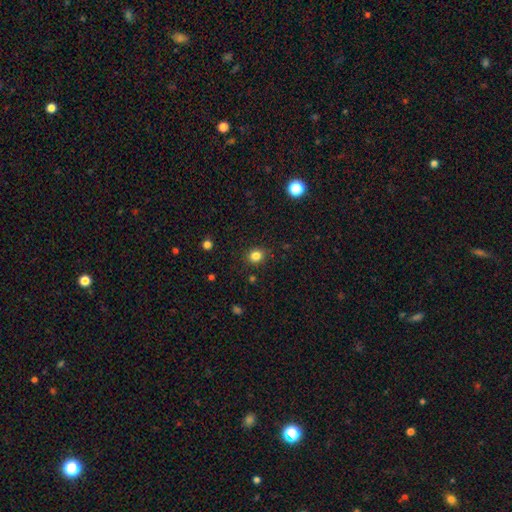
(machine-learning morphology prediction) type=smooth (83%); roundness=round (74%); merging=none (87%).